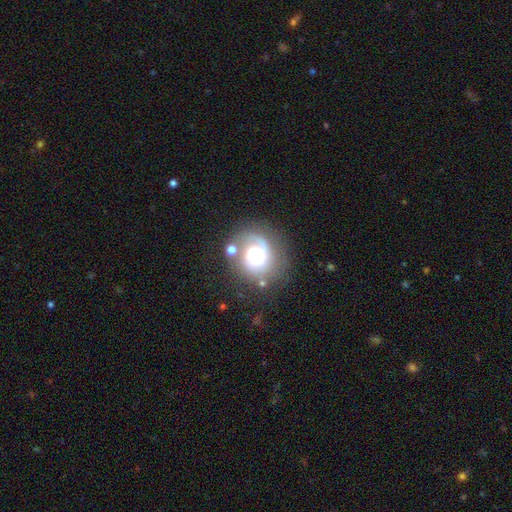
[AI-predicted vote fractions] Q: Smooth or featured?
A: featured or disk (45%); runner-up: smooth (43%)
Q: Merging?
A: none (59%); runner-up: minor disturbance (18%)